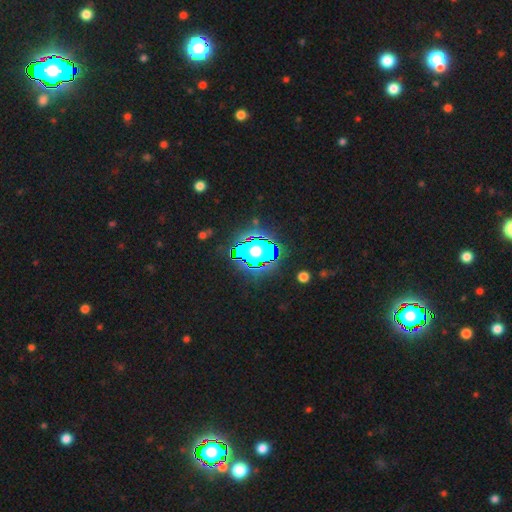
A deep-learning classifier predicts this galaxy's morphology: Smooth or featured: star or artifact — 75% (smooth — 15%)